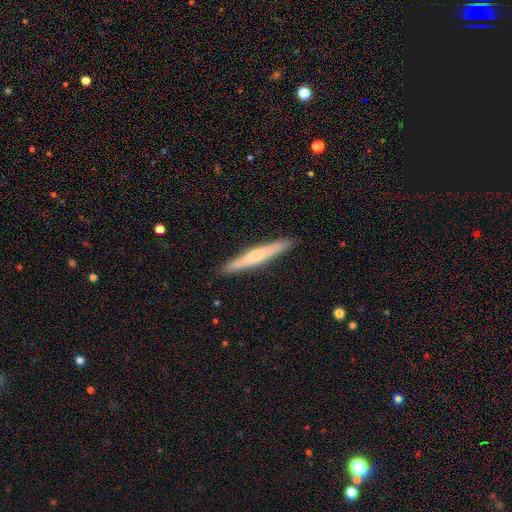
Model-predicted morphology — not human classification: type=smooth (50%); roundness=cigar-shaped (95%); merging=none (91%).